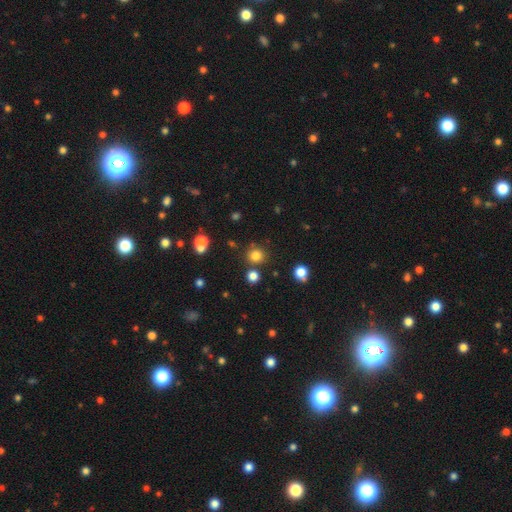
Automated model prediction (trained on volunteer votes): smooth-or-featured: smooth: 79% | star or artifact: 16% | featured or disk: 5%
  how-rounded: round: 89% | in between: 10% | cigar-shaped: 1%
  merging: none: 81% | minor disturbance: 8% | merger: 7% | major disturbance: 3%